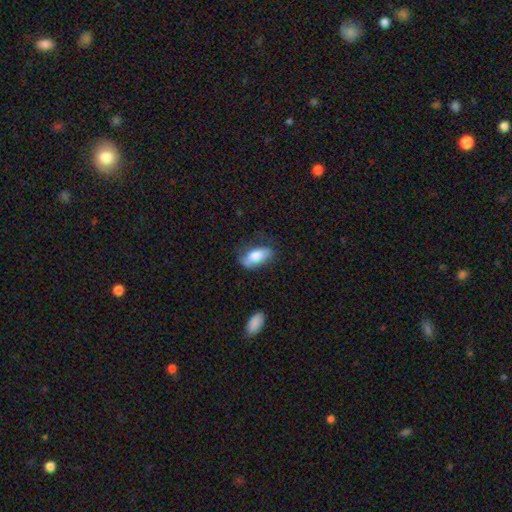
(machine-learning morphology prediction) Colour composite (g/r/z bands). It shows a smooth galaxy with no disk features (71%) that is in between round and cigar-shaped (85%). Merging: none (61%).